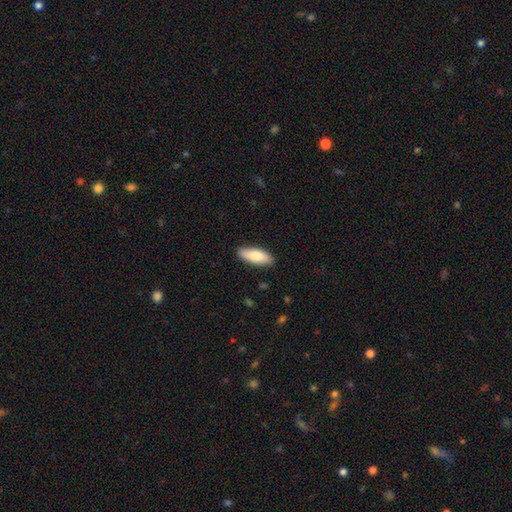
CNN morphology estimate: Q: Smooth or featured?
A: smooth (79%); runner-up: featured or disk (16%)
Q: How rounded?
A: in between (75%); runner-up: cigar-shaped (23%)
Q: Merging?
A: none (88%); runner-up: minor disturbance (10%)